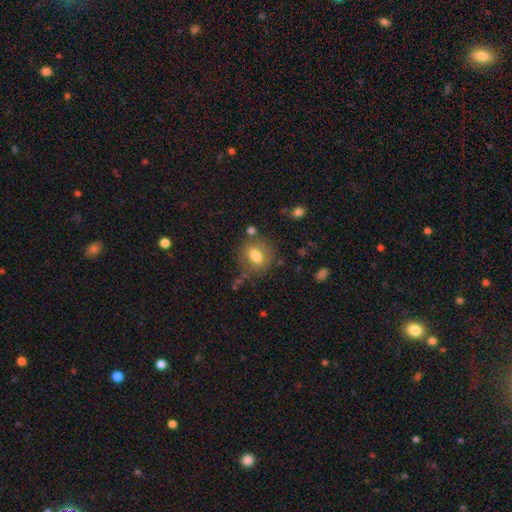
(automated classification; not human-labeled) Morphology: type=smooth (73%); roundness=in between (50%); merging=none (71%).